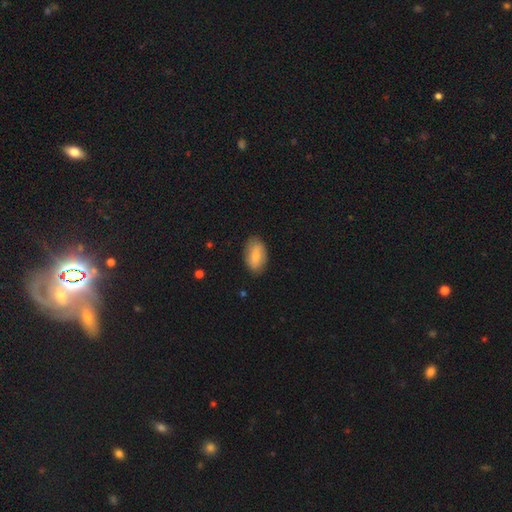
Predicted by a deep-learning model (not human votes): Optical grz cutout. It shows a smooth galaxy with no disk features (76%) that is in between round and cigar-shaped (93%). Merging: none (83%).